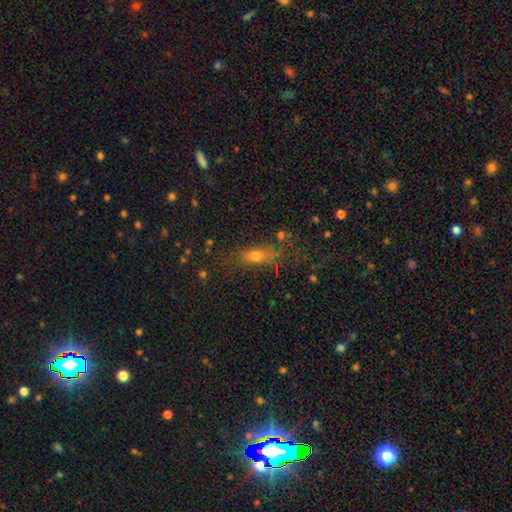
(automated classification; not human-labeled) smooth-or-featured: smooth: 61% | featured or disk: 20% | star or artifact: 19%
  how-rounded: in between: 55% | cigar-shaped: 35% | round: 9%
  merging: none: 61% | minor disturbance: 20% | major disturbance: 14% | merger: 5%